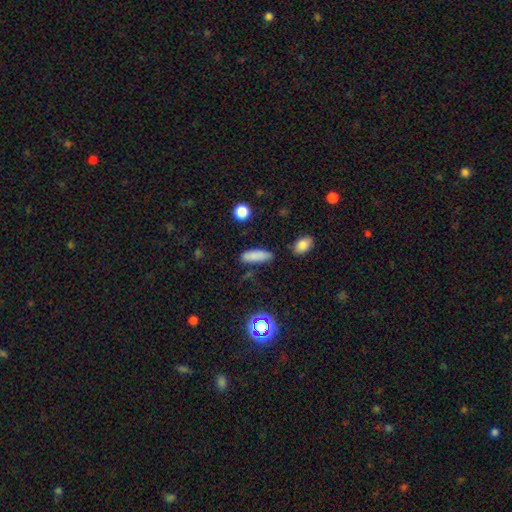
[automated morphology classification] smooth_or_featured: smooth (p=0.83) [alt: star or artifact p=0.11]
how_rounded: in between (p=0.55) [alt: cigar-shaped p=0.42]
merging: none (p=0.79) [alt: minor disturbance p=0.14]